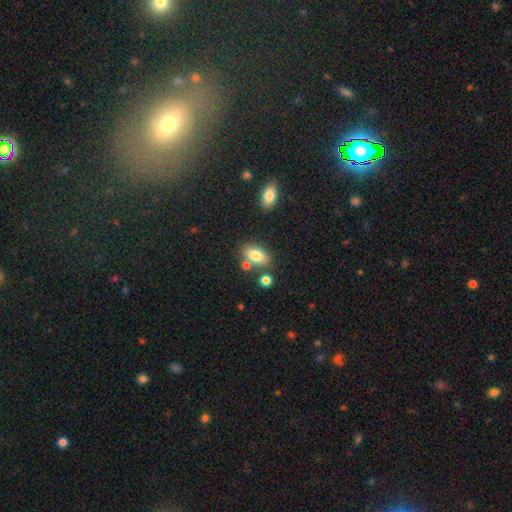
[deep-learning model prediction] smooth 81%, featured or disk 11%, star or artifact 8%. Down the decision tree: how rounded — in between (89%); merging — none (70%).